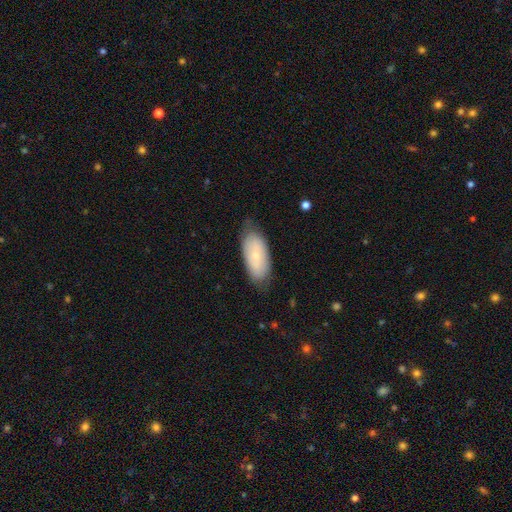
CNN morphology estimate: smooth_or_featured: smooth (p=0.65) [alt: featured or disk p=0.29]
how_rounded: in between (p=0.90) [alt: cigar-shaped p=0.08]
merging: none (p=0.74) [alt: minor disturbance p=0.21]